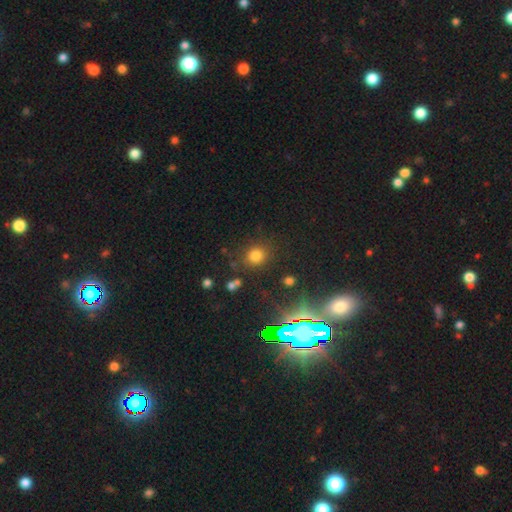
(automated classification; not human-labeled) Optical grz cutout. It shows a smooth galaxy with no disk features (74%) that is round (80%). Merging: none (80%).